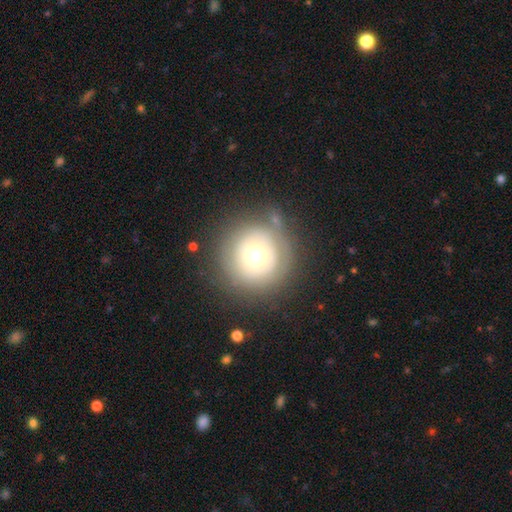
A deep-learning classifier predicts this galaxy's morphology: type=smooth (55%); roundness=round (95%); merging=none (72%).